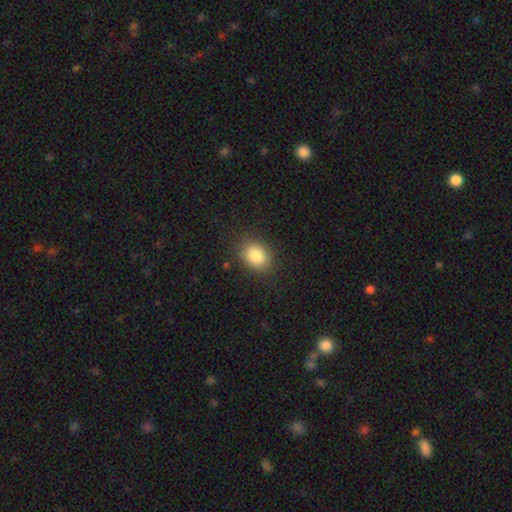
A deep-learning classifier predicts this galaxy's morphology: Smooth or featured? smooth (85%)
How rounded? in between (63%)
Merging? none (85%)